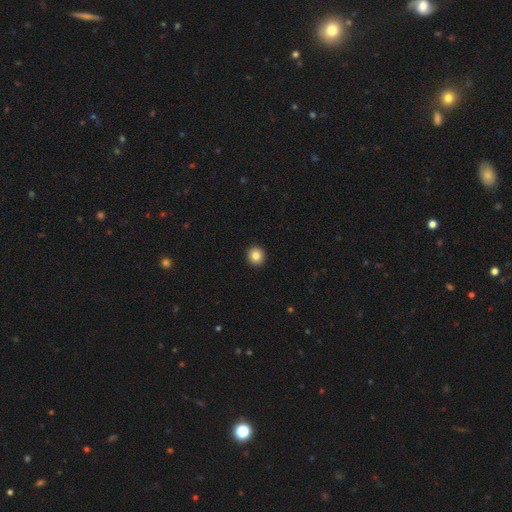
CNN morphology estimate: Smooth or featured? Predicted: smooth (p=0.84). How rounded? Predicted: round (p=0.92). Merging? Predicted: none (p=0.94).